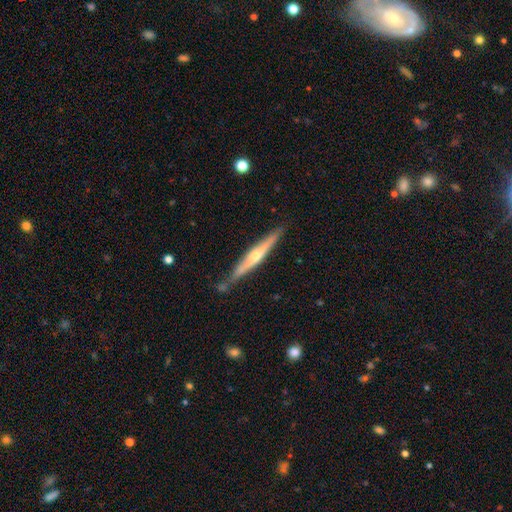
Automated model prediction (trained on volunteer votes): smooth_or_featured: featured or disk (p=0.69) [alt: smooth p=0.25]
disk_edge_on: yes (p=0.96) [alt: no p=0.04]
edge_on_bulge: rounded (p=0.79) [alt: none p=0.16]
merging: none (p=0.80) [alt: minor disturbance p=0.14]